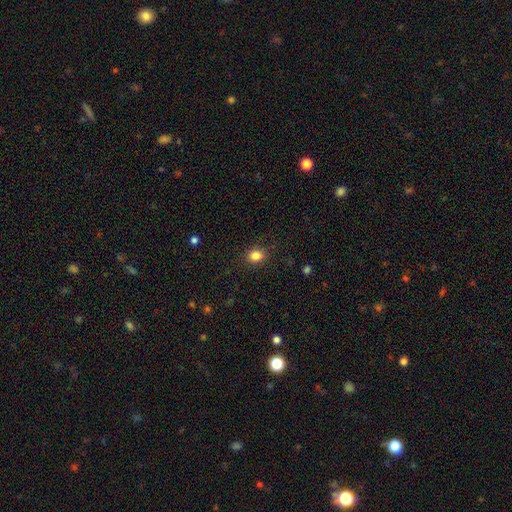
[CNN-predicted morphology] Overall: smooth (84%). How rounded: round (55%; in between 44%). Merging: none (87%).